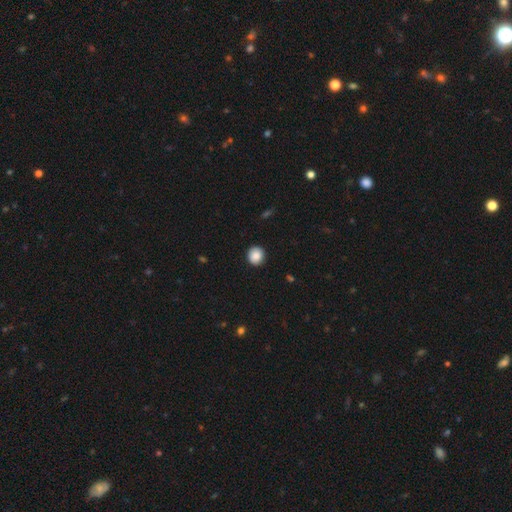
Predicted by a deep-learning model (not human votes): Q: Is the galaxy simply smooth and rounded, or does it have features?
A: smooth — 88%.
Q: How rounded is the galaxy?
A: round — 86%.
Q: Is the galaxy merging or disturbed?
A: none — 90%.